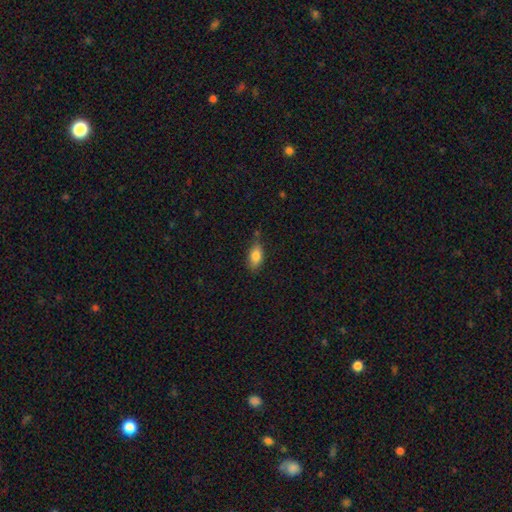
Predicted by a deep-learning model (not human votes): Morphology: type=smooth (82%); roundness=in between (88%); merging=none (74%).